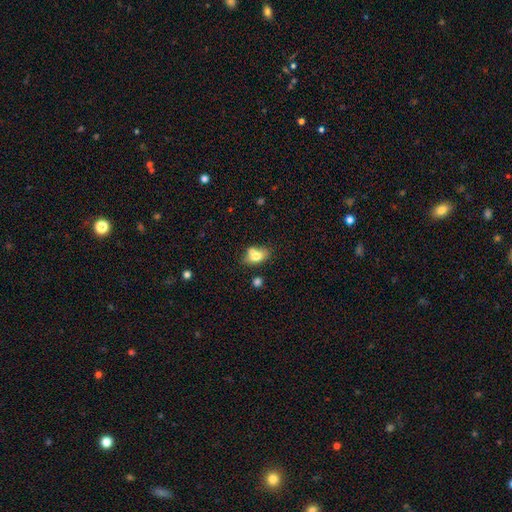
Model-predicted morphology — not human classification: Q: Smooth or featured?
A: smooth (72%); runner-up: featured or disk (19%)
Q: How rounded?
A: in between (78%); runner-up: round (18%)
Q: Merging?
A: none (43%); runner-up: merger (35%)